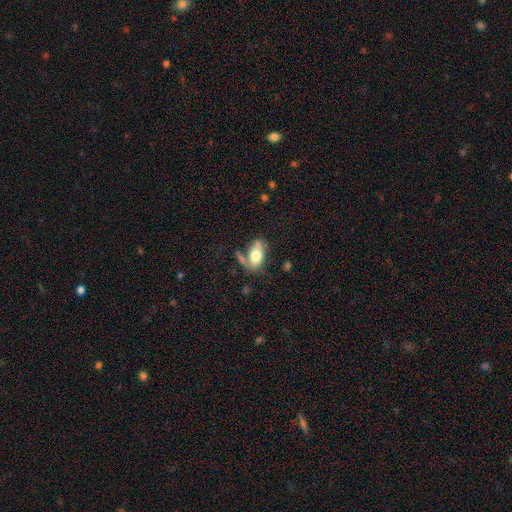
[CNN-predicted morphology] This is likely a smooth galaxy (68%). How rounded: clearly in between (90%). Merging: possibly none (45%).